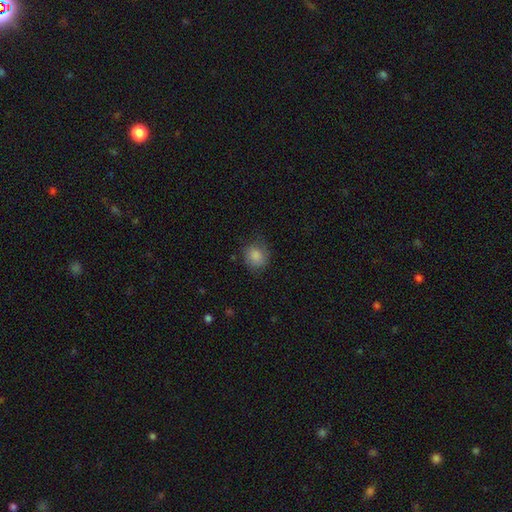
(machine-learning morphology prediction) A smooth galaxy with no disk features (84%) that is round (71%).

Vote fractions:
- Smooth or featured? smooth: 84% / star or artifact: 8% / featured or disk: 7%
- How rounded? round: 71% / in between: 28% / cigar-shaped: 1%
- Merging? none: 69% / minor disturbance: 22% / major disturbance: 7% / merger: 1%